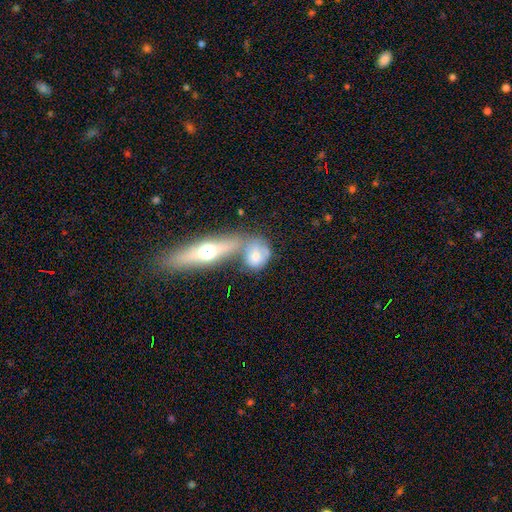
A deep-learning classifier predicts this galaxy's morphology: A smooth galaxy with no disk features (54%) that is round (53%). Merging: merger (46%).